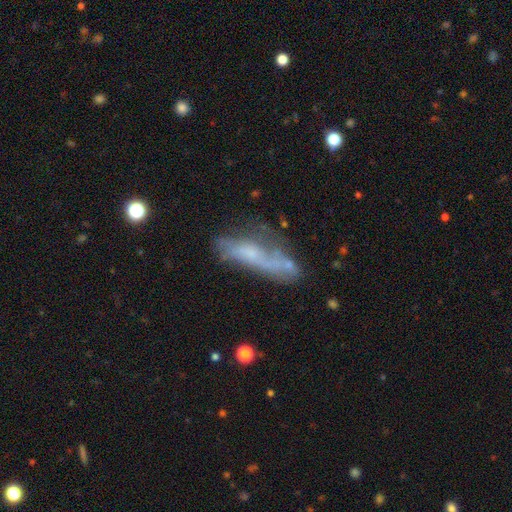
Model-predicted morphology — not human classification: The model was most divided on "smooth or featured": featured or disk: 49%, smooth: 39%, star or artifact: 11%. Remaining: merging — none (43%).